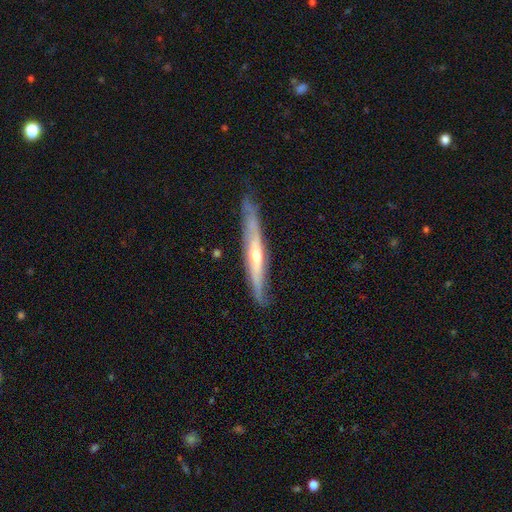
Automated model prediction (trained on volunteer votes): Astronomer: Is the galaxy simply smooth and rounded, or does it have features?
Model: featured or disk — 72%.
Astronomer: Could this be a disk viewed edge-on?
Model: yes — 85%.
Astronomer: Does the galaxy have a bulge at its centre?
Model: rounded — 75%.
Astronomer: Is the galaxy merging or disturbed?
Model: none — 76%.